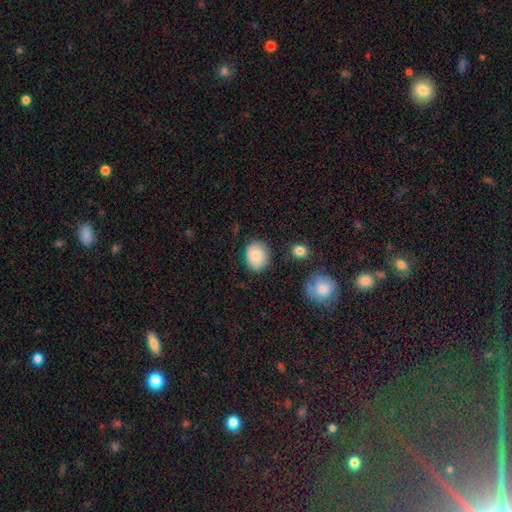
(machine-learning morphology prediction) Q: Smooth or featured?
A: smooth (80%); runner-up: featured or disk (12%)
Q: How rounded?
A: round (54%); runner-up: in between (45%)
Q: Merging?
A: none (77%); runner-up: minor disturbance (17%)